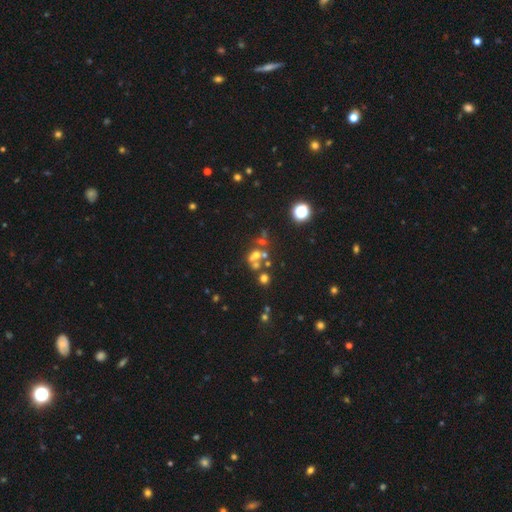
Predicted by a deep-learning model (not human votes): Smooth or featured: smooth — 40% (star or artifact — 31%)
Merging: merger — 41% (none — 38%)